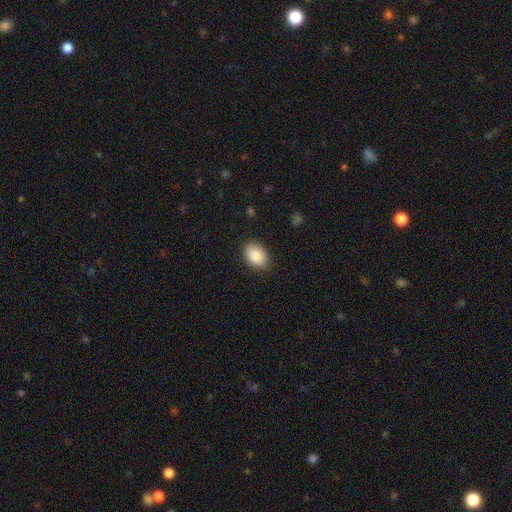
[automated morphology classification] type=smooth (86%); roundness=in between (84%); merging=none (87%).